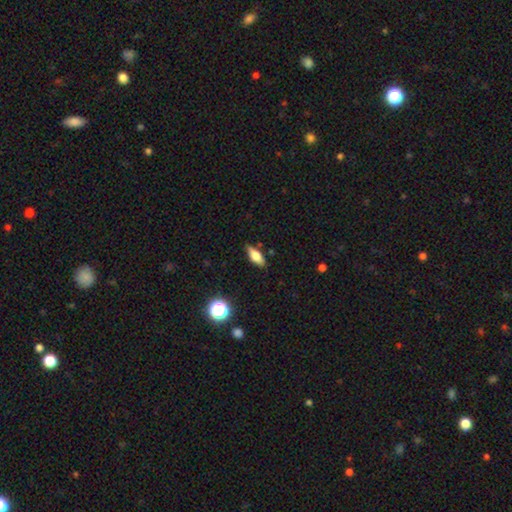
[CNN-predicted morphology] This appears to be a smooth galaxy with no disk features (64%) that is in between round and cigar-shaped (68%). Merging: none (84%).